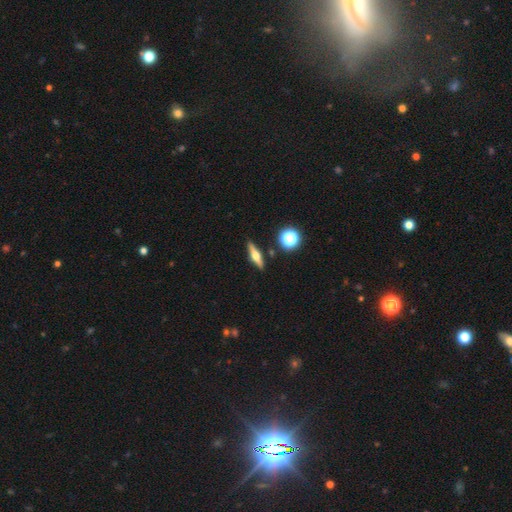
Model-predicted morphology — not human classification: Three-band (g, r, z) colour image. It shows a featured or disk galaxy (59%) viewed edge-on (95%) with a rounded central bulge (94%). Merging: none (89%).